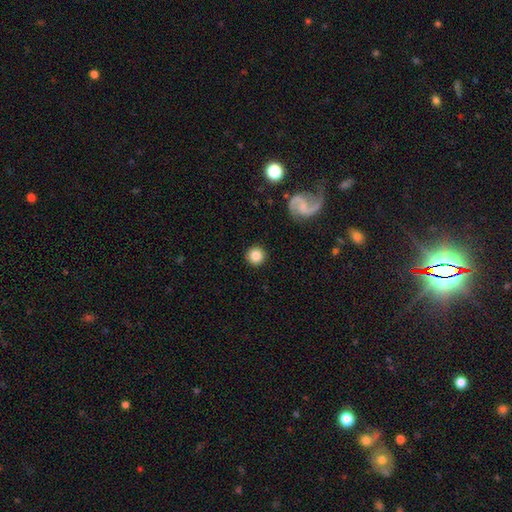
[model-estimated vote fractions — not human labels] smooth_or_featured: smooth (p=0.83) [alt: star or artifact p=0.09]
how_rounded: round (p=0.95) [alt: in between p=0.04]
merging: none (p=0.92) [alt: minor disturbance p=0.05]